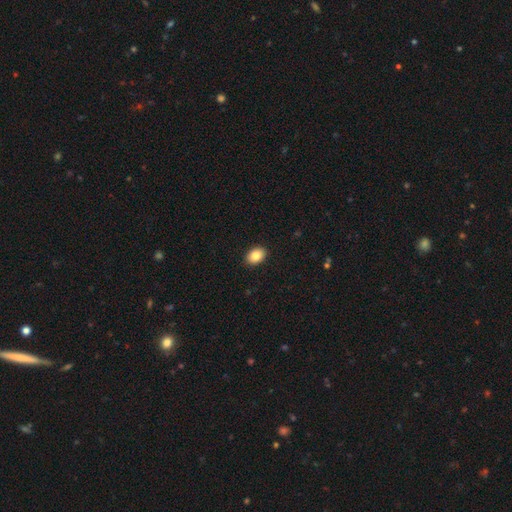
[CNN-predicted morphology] The model was most divided on "how rounded": in between: 80%, round: 19%, cigar-shaped: 1%. More confident: merging — none (91%); smooth or featured — smooth (85%).